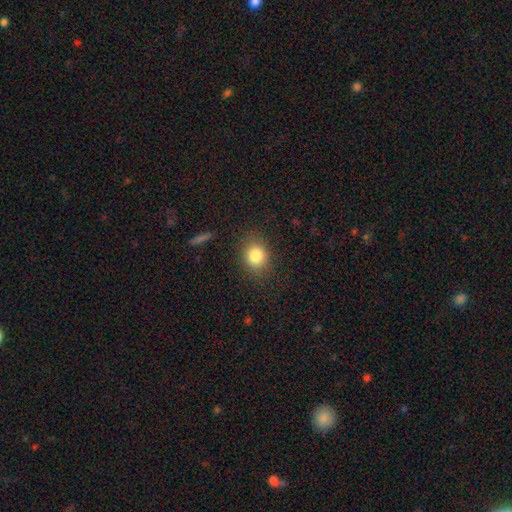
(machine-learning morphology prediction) Smooth or featured: smooth — 83% (star or artifact — 10%)
How rounded: round — 64% (in between — 35%)
Merging: none — 84% (minor disturbance — 11%)